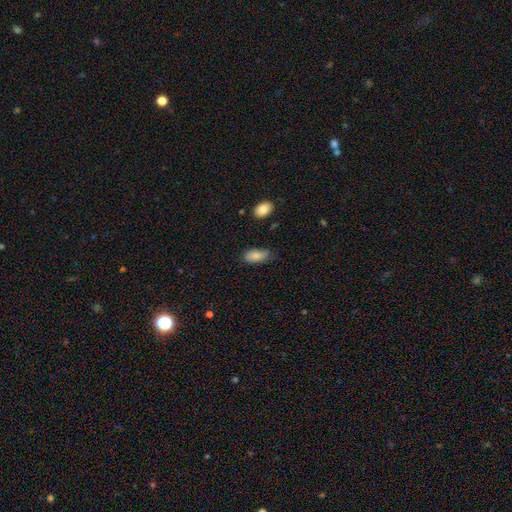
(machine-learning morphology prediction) smooth-or-featured: smooth: 83% | featured or disk: 10% | star or artifact: 7%
  how-rounded: in between: 91% | cigar-shaped: 6% | round: 3%
  merging: none: 60% | minor disturbance: 31% | major disturbance: 7% | merger: 2%